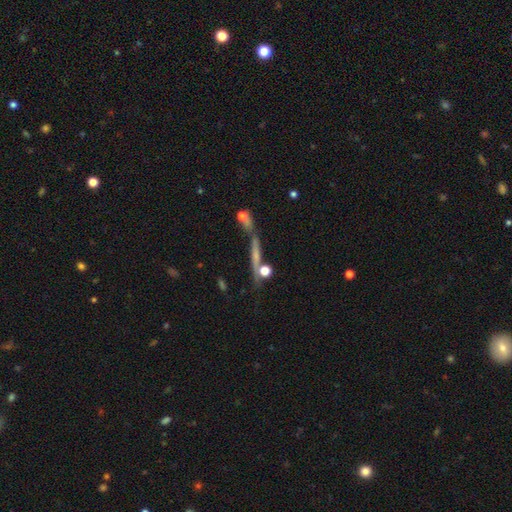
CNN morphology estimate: Smooth or featured? Predicted: featured or disk (p=0.47). Merging? Predicted: none (p=0.48).